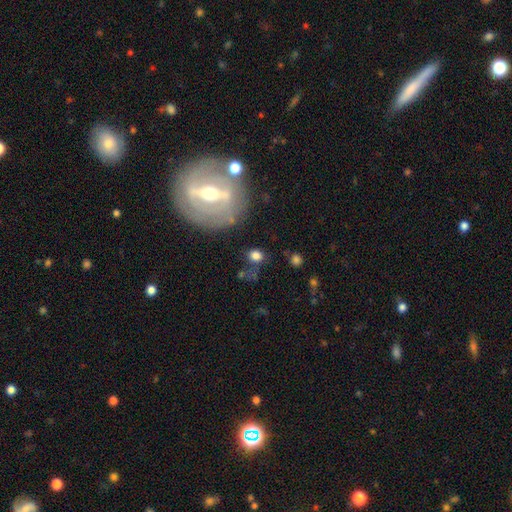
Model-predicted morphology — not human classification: type=smooth (73%); roundness=round (68%); merging=none (63%).